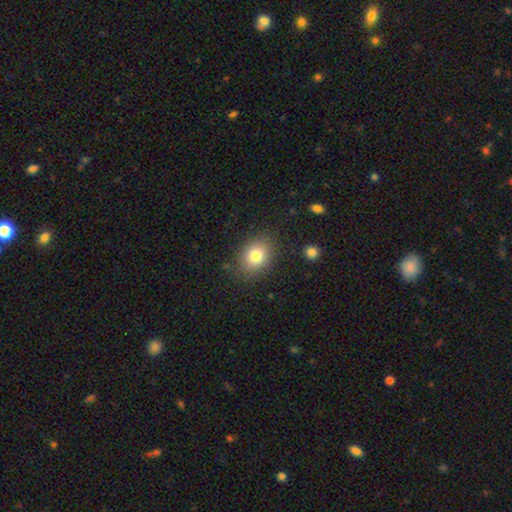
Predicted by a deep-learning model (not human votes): Overall: smooth (80%). How rounded: in between (52%; round 47%). Merging: none (85%).